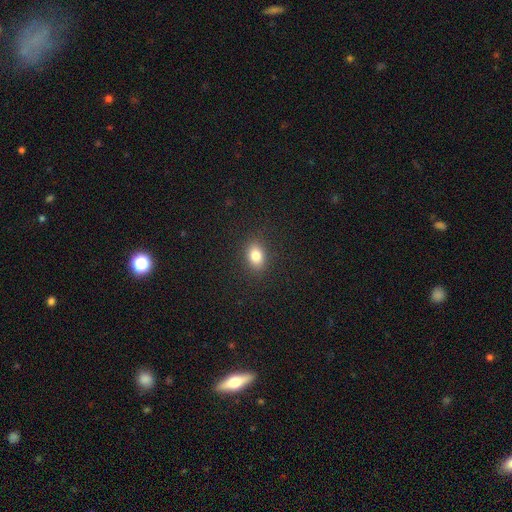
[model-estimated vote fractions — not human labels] This appears to be a smooth galaxy with no disk features (82%) that is in between round and cigar-shaped (72%). Merging: none (87%).